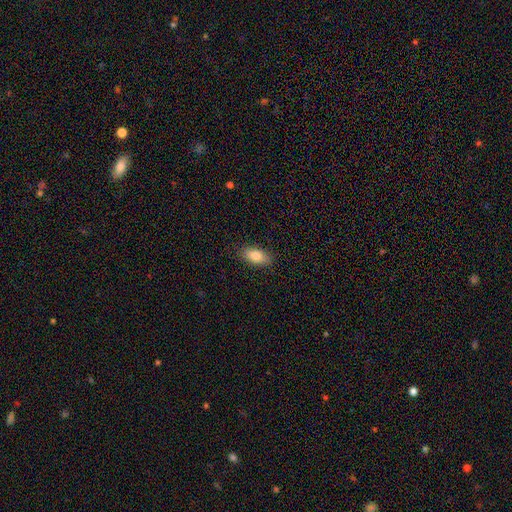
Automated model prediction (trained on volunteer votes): smooth-or-featured: smooth: 83% | featured or disk: 10% | star or artifact: 7%
  how-rounded: in between: 88% | cigar-shaped: 8% | round: 3%
  merging: none: 86% | minor disturbance: 10% | major disturbance: 2% | merger: 1%